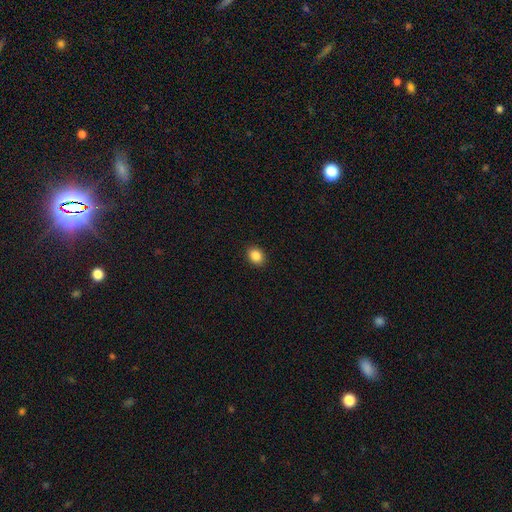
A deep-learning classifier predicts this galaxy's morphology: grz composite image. It shows a smooth galaxy with no disk features (87%) that is in between round and cigar-shaped (57%). Merging: none (90%).